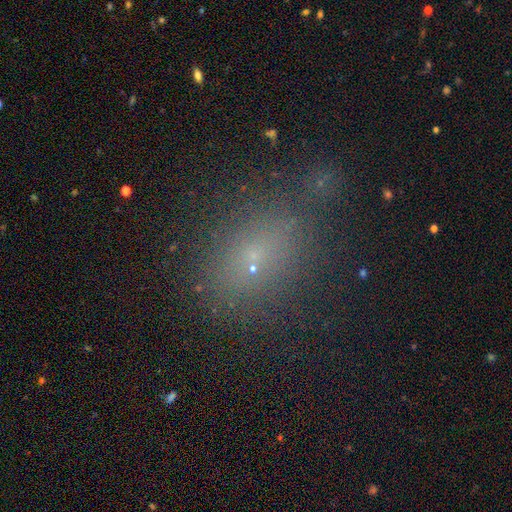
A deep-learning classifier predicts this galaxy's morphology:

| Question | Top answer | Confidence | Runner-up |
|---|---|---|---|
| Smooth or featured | smooth | 58% | star or artifact (29%) |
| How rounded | in between | 73% | round (20%) |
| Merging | none | 67% | minor disturbance (17%) |